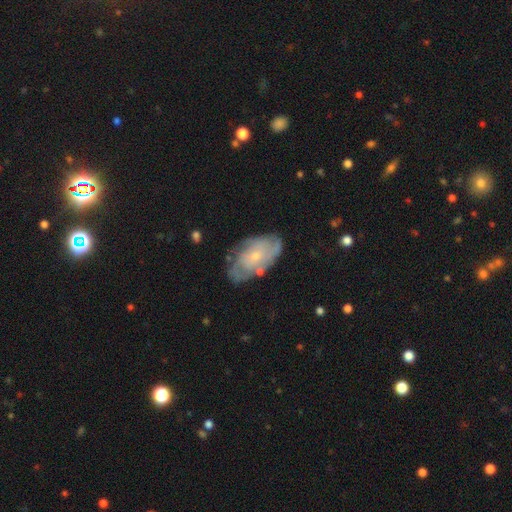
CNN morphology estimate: A featured or disk galaxy (65%) with no bar (79%), spiral arms (75%) and a small central bulge (72%).

Vote fractions:
- Smooth or featured? featured or disk: 65% / smooth: 29% / star or artifact: 6%
- Edge-on disk? no: 94% / yes: 6%
- Bar? no: 79% / weak: 18% / strong: 3%
- Spiral arms? yes: 75% / no: 25%
- Bulge size? small: 72% / moderate: 23% / none: 3% / large: 1% / dominant: 1%
- Merging? none: 68% / minor disturbance: 22% / major disturbance: 7% / merger: 3%